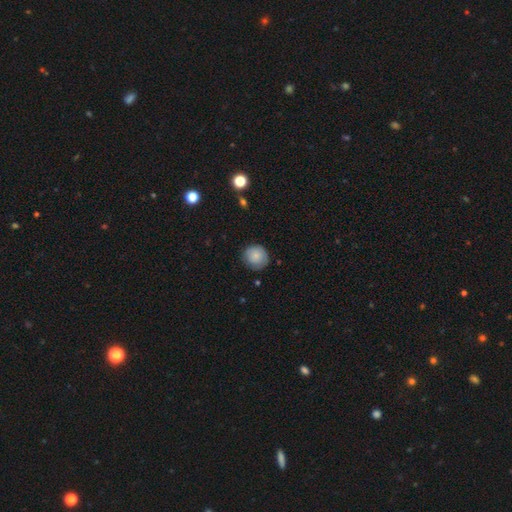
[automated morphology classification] Overall: smooth (81%). How rounded: round (91%). Merging: none (79%).